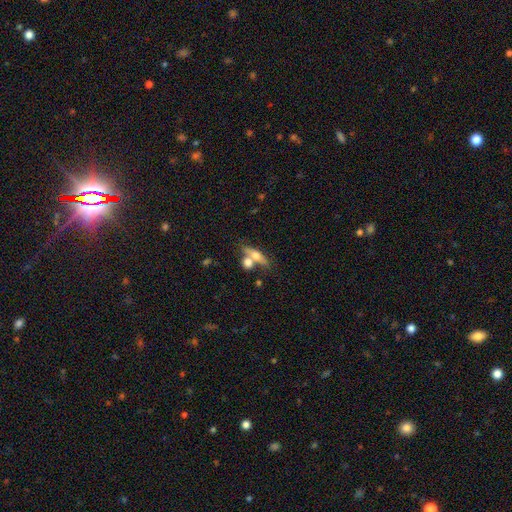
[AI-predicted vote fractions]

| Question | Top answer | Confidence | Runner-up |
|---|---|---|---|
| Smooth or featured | featured or disk | 47% | smooth (45%) |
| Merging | none | 52% | merger (33%) |